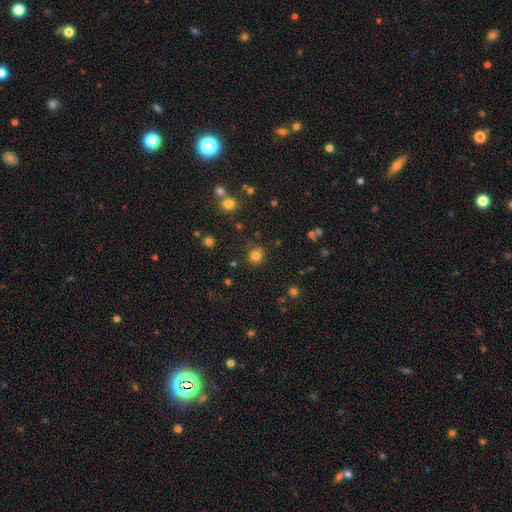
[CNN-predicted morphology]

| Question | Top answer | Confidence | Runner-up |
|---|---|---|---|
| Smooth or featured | smooth | 79% | star or artifact (15%) |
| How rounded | round | 81% | in between (18%) |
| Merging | none | 80% | minor disturbance (13%) |